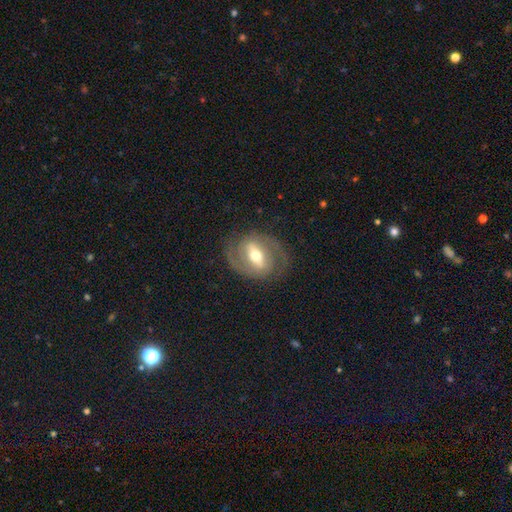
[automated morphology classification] Q: Smooth or featured?
A: featured or disk (81%); runner-up: smooth (13%)
Q: Edge-on disk?
A: no (95%); runner-up: yes (5%)
Q: Bar?
A: strong (53%); runner-up: weak (32%)
Q: Spiral arms?
A: yes (86%); runner-up: no (14%)
Q: Spiral winding?
A: medium (48%); runner-up: tight (36%)
Q: Spiral arm count?
A: 2 (87%); runner-up: can't tell (6%)
Q: Bulge size?
A: moderate (67%); runner-up: small (23%)
Q: Merging?
A: none (78%); runner-up: minor disturbance (13%)